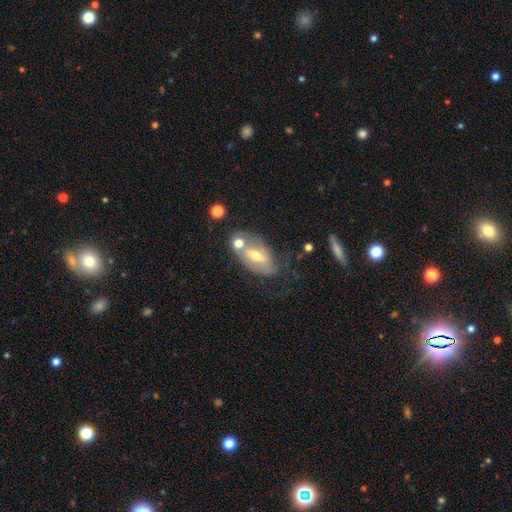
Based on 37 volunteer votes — Smooth or featured? 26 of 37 (70%) said featured or disk. Edge-on disk? 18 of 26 (69%) said no. Bar? 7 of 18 (39%, tied with weak) said strong. Spiral arms? 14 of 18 (78%) said no. Bulge size? 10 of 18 (56%) said moderate. Merging? 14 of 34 (41%) said none.